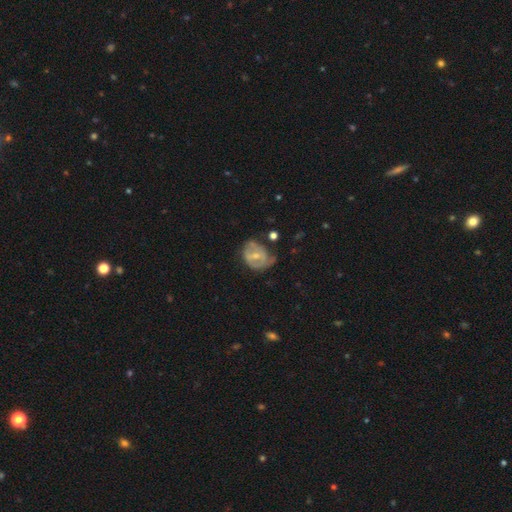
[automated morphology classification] smooth-or-featured: featured or disk: 57% | smooth: 36% | star or artifact: 7%
  disk-edge-on: no: 96% | yes: 4%
    bar: weak: 43% | no: 37% | strong: 20%
    has-spiral-arms: yes: 51% | no: 49%
    bulge-size: small: 49% | moderate: 44% | none: 5% | large: 2% | dominant: 1%
  merging: none: 38% | minor disturbance: 34% | major disturbance: 24% | merger: 4%